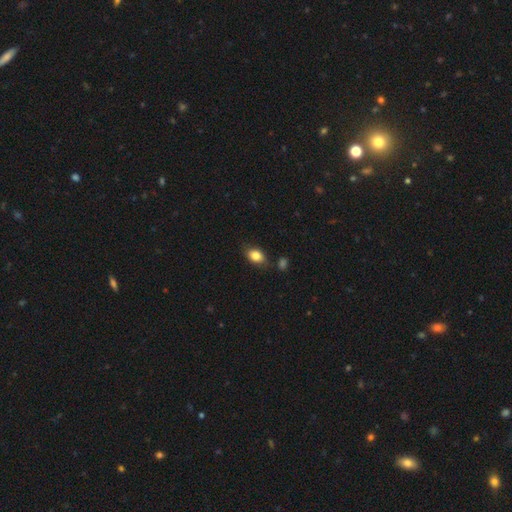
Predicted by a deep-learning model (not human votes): Smooth or featured? smooth (83%)
How rounded? in between (78%)
Merging? none (76%)